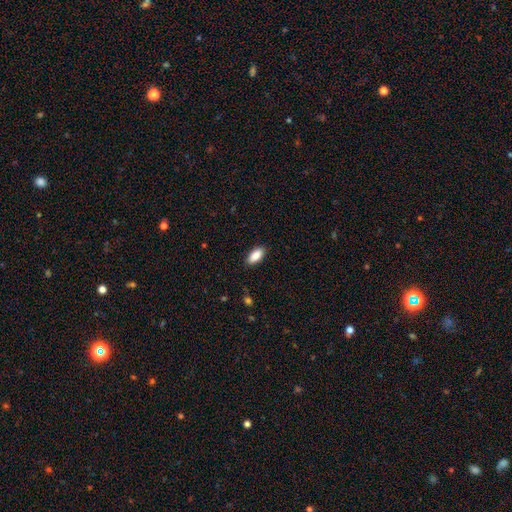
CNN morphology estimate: smooth-or-featured: smooth: 89% | star or artifact: 7% | featured or disk: 5%
  how-rounded: in between: 89% | cigar-shaped: 9% | round: 2%
  merging: none: 88% | minor disturbance: 9% | major disturbance: 2% | merger: 1%